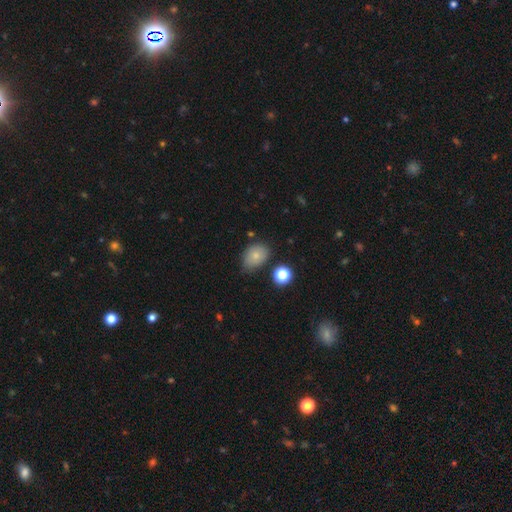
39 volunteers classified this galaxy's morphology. smooth-or-featured: smooth: 82% | featured or disk: 18% | star or artifact: 0%
  how-rounded: in between: 75% | round: 25% | cigar-shaped: 0%
  merging: none: 56% | minor disturbance: 36% | merger: 5% | major disturbance: 3%